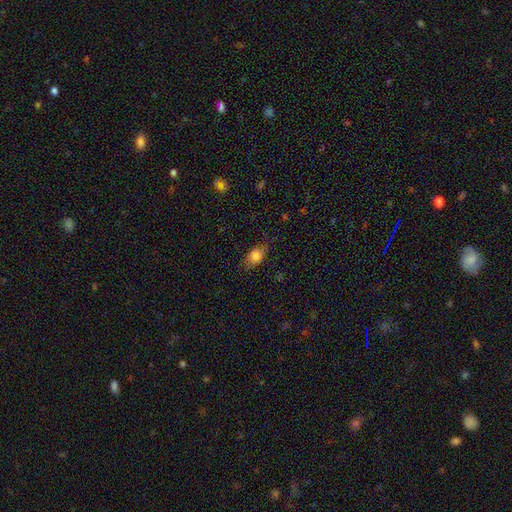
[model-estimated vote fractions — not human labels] This is likely a smooth galaxy (79%). How rounded: likely in between (79%). Merging: likely none (70%).